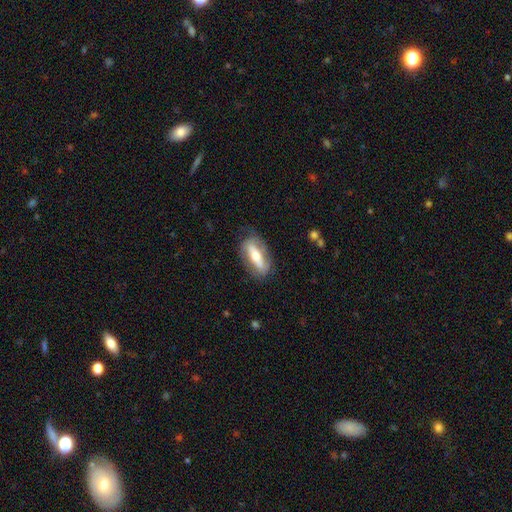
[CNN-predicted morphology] Q: Smooth or featured?
A: featured or disk (51%); runner-up: smooth (42%)
Q: Edge-on disk?
A: no (67%); runner-up: yes (33%)
Q: Merging?
A: none (75%); runner-up: minor disturbance (17%)